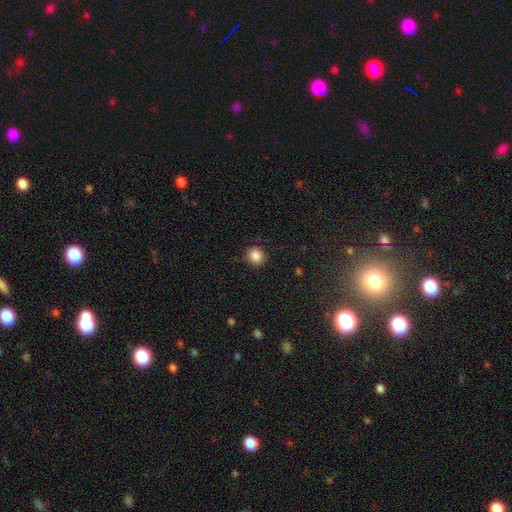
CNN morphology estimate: The model was most divided on "how rounded": round: 83%, in between: 16%, cigar-shaped: 1%. More confident: merging — none (87%); smooth or featured — smooth (86%).